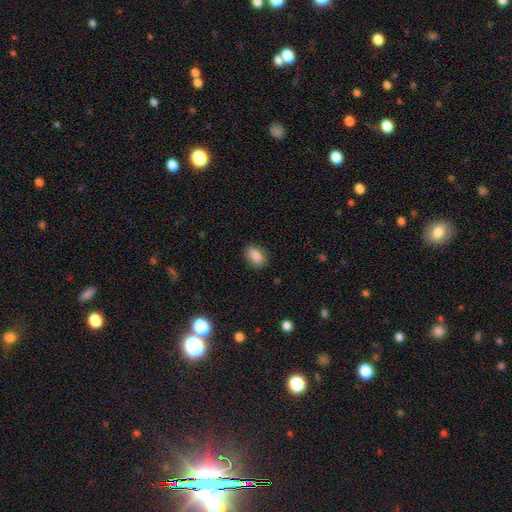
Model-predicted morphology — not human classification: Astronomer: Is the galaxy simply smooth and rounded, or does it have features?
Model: smooth — 85%.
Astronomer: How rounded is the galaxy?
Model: in between — 80%.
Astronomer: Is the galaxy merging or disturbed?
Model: none — 87%.